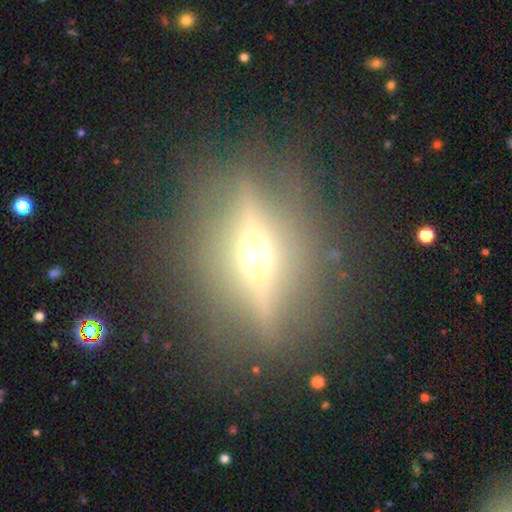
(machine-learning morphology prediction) smooth-or-featured: featured or disk: 76% | smooth: 14% | star or artifact: 10%
  disk-edge-on: yes: 85% | no: 15%
    edge-on-bulge: rounded: 95% | boxy: 3% | none: 2%
  merging: none: 81% | minor disturbance: 11% | major disturbance: 7% | merger: 2%